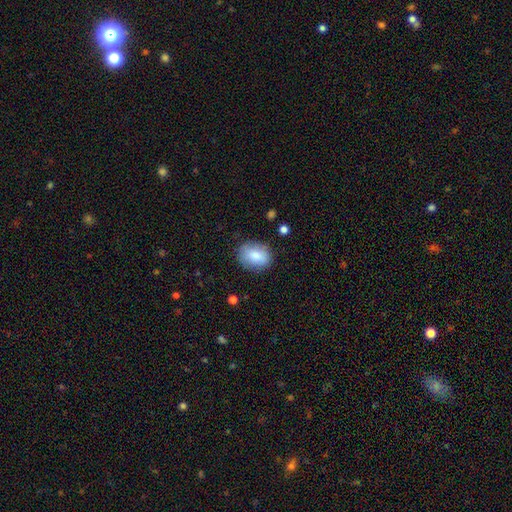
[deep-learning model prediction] Smooth or featured?
  - smooth: 83% *
  - featured or disk: 10%
  - star or artifact: 7%
How rounded?
  - in between: 64% *
  - round: 35%
  - cigar-shaped: 1%
Merging?
  - none: 79% *
  - minor disturbance: 15%
  - major disturbance: 4%
  - merger: 2%